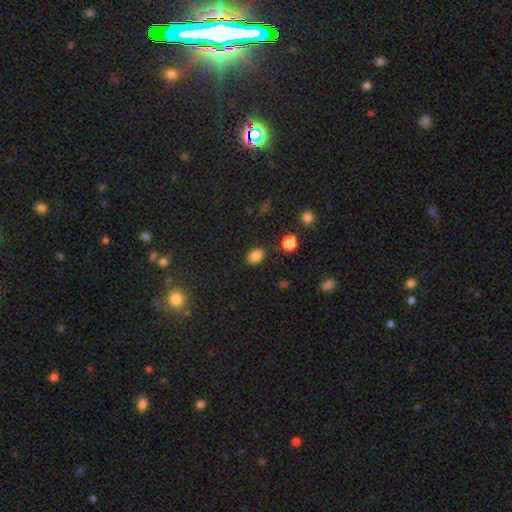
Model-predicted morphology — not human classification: smooth_or_featured: smooth (p=0.82) [alt: star or artifact p=0.12]
how_rounded: in between (p=0.81) [alt: round p=0.17]
merging: none (p=0.82) [alt: minor disturbance p=0.12]